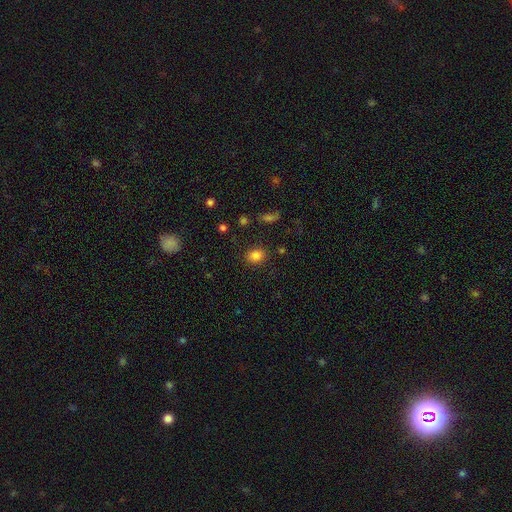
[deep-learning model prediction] smooth 83%, star or artifact 12%, featured or disk 5%. Down the decision tree: how rounded — round (51%); merging — none (85%).